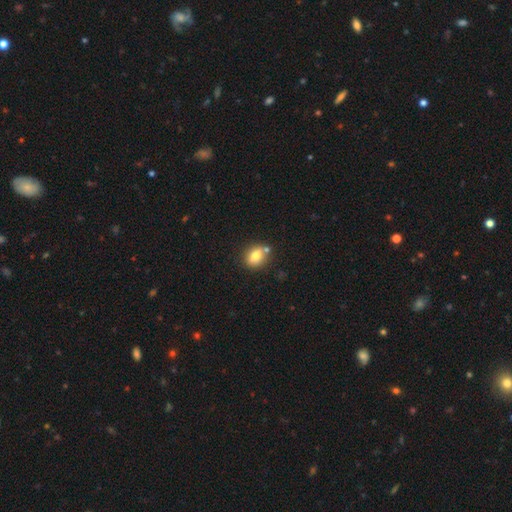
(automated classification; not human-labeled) Smooth or featured? Predicted: smooth (p=0.77). How rounded? Predicted: in between (p=0.52). Merging? Predicted: none (p=0.70).